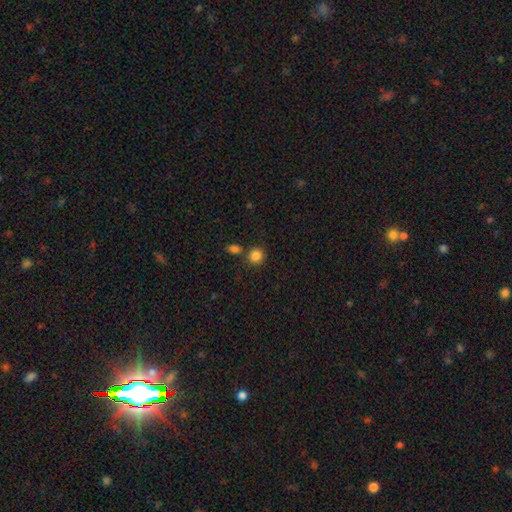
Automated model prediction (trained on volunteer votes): This appears to be a smooth galaxy with no disk features (85%) that is round (86%). Merging: none (73%).